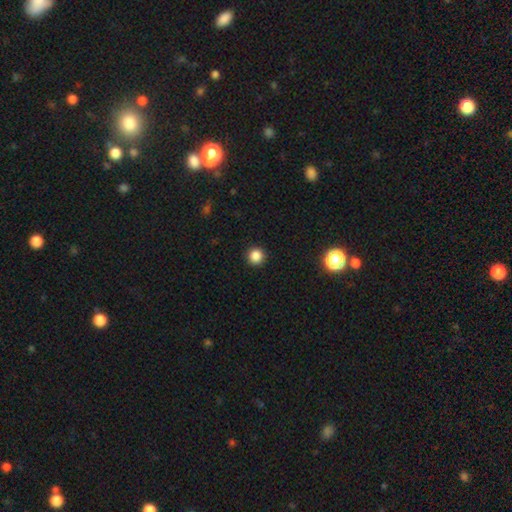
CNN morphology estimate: The model was most divided on "smooth or featured": smooth: 85%, star or artifact: 12%, featured or disk: 3%. More confident: how rounded — round (95%); merging — none (92%).